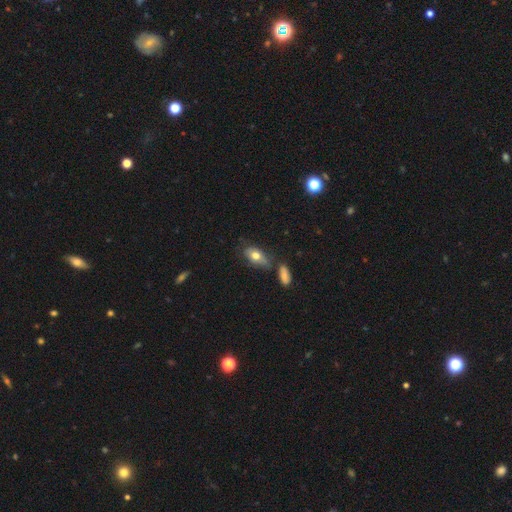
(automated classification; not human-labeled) Q: Smooth or featured?
A: smooth (70%); runner-up: featured or disk (22%)
Q: How rounded?
A: in between (87%); runner-up: round (7%)
Q: Merging?
A: none (52%); runner-up: minor disturbance (24%)